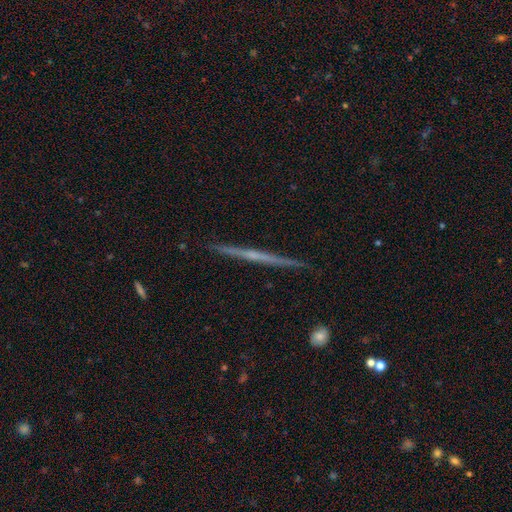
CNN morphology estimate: featured or disk 69%, smooth 24%, star or artifact 7%. Down the decision tree: edge-on disk — yes (98%); edge-on bulge — none (70%); merging — none (92%).